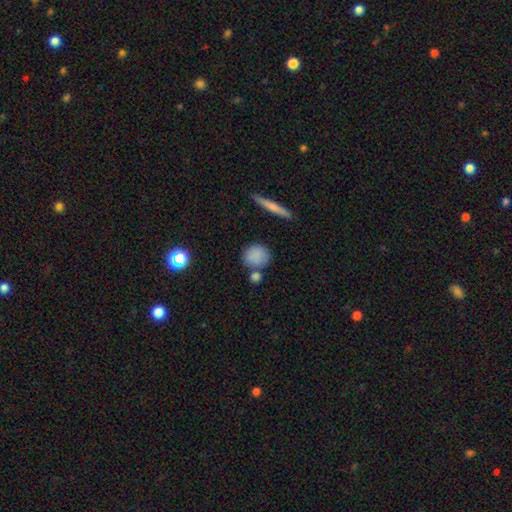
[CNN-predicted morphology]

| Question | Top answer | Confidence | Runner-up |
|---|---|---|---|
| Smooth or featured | smooth | 84% | star or artifact (8%) |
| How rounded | round | 79% | in between (18%) |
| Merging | none | 68% | merger (16%) |